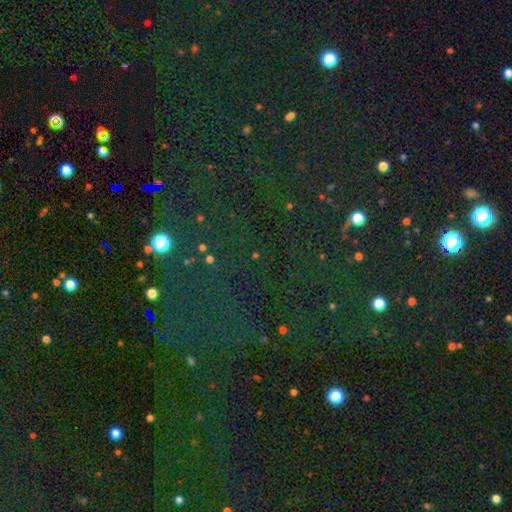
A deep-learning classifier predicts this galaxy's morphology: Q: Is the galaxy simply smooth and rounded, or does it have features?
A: star or artifact — 74%.